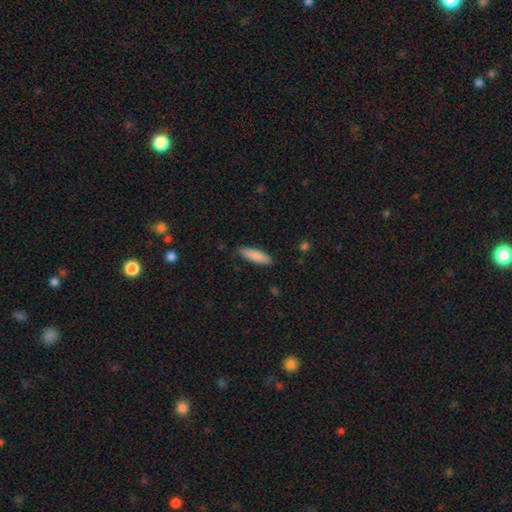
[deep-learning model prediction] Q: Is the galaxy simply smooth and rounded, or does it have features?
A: smooth — 86%.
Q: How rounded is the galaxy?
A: cigar-shaped — 57%.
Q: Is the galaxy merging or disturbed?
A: none — 85%.